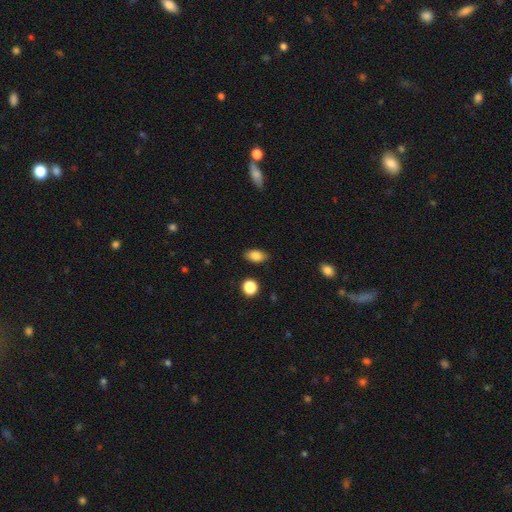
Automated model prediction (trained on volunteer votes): Morphology: type=smooth (85%); roundness=in between (88%); merging=none (87%).